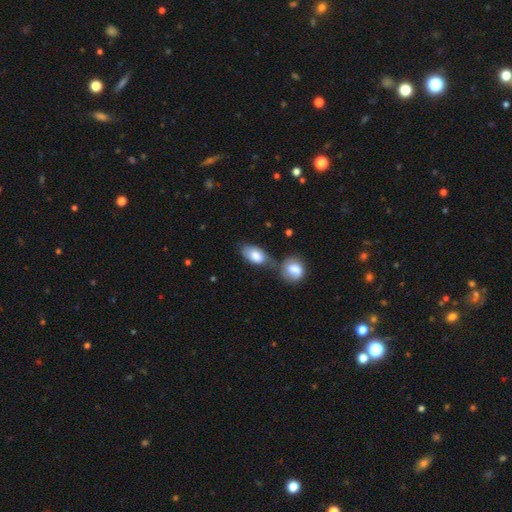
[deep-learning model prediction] This appears to be a smooth galaxy with no disk features (81%) that is in between round and cigar-shaped (92%). Merging: none (42%).